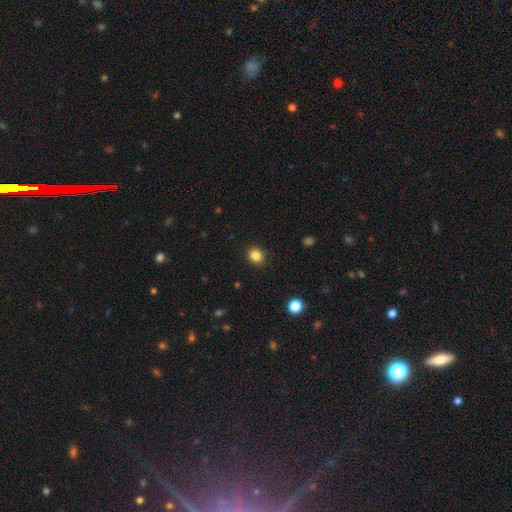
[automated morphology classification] This appears to be a smooth galaxy with no disk features (85%) that is round (78%). Merging: none (91%).